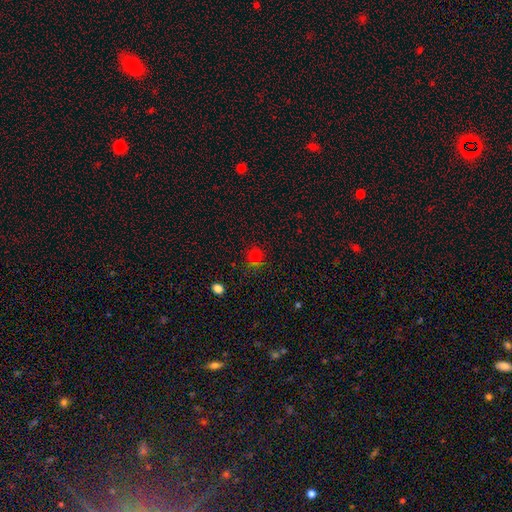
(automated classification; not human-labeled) Q: Smooth or featured?
A: smooth (65%); runner-up: star or artifact (28%)
Q: How rounded?
A: round (89%); runner-up: in between (10%)
Q: Merging?
A: none (75%); runner-up: minor disturbance (11%)